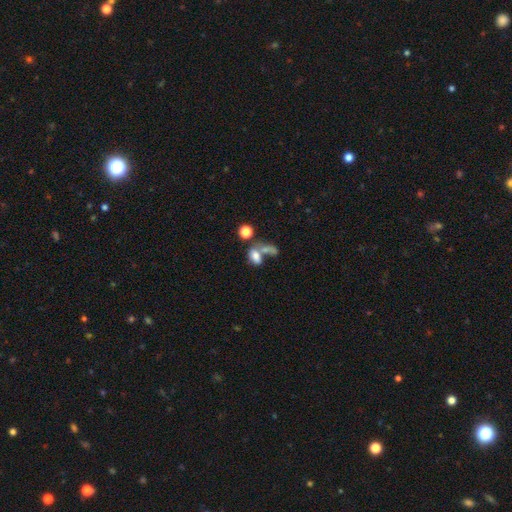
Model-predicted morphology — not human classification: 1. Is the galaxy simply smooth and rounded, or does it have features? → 73% smooth, 15% featured or disk, 12% star or artifact.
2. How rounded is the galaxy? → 80% in between, 17% round, 3% cigar-shaped.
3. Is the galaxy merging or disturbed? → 49% merger, 29% none, 12% major disturbance, 11% minor disturbance.